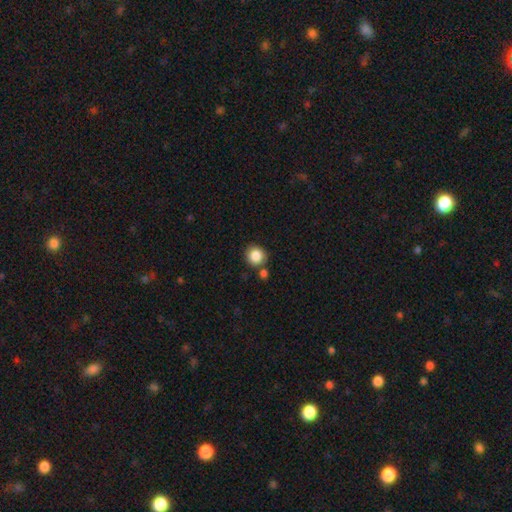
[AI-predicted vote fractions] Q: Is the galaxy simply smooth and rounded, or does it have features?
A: smooth — 86%.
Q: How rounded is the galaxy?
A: round — 90%.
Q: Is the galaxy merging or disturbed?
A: none — 76%.